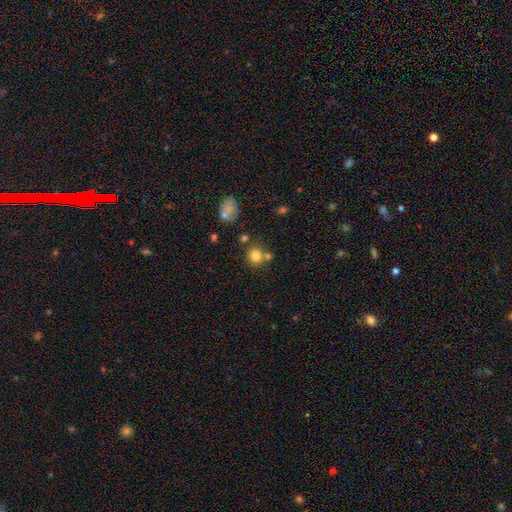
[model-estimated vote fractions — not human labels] smooth_or_featured: smooth (p=0.79) [alt: star or artifact p=0.13]
how_rounded: round (p=0.89) [alt: in between p=0.10]
merging: none (p=0.68) [alt: merger p=0.20]